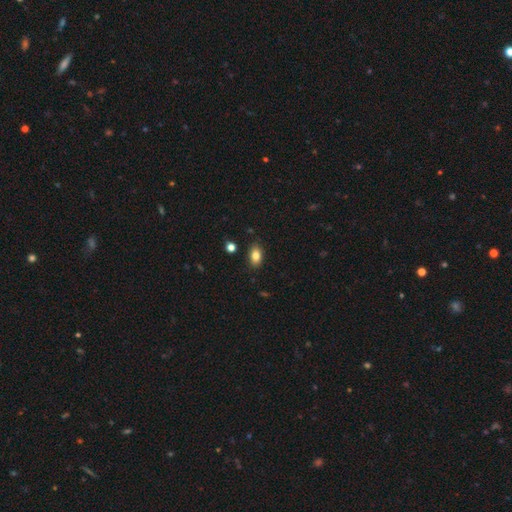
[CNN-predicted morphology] The model was most divided on "smooth or featured": smooth: 83%, star or artifact: 9%, featured or disk: 8%. More confident: how rounded — in between (88%); merging — none (86%).